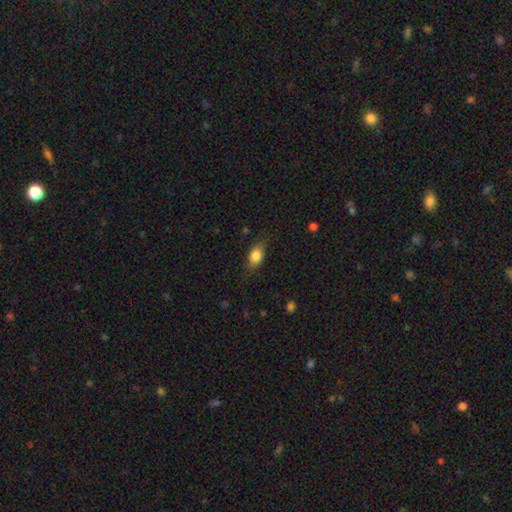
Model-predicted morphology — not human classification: type=smooth (82%); roundness=in between (77%); merging=none (75%).